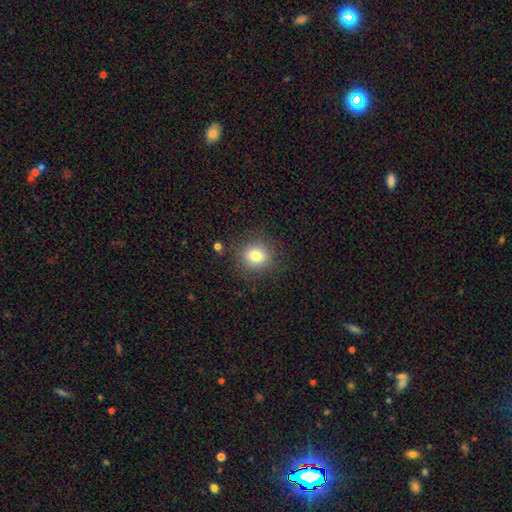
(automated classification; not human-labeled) Smooth or featured?
  - smooth: 78% *
  - star or artifact: 13%
  - featured or disk: 9%
How rounded?
  - round: 87% *
  - in between: 13%
  - cigar-shaped: 1%
Merging?
  - none: 86% *
  - minor disturbance: 9%
  - major disturbance: 3%
  - merger: 2%